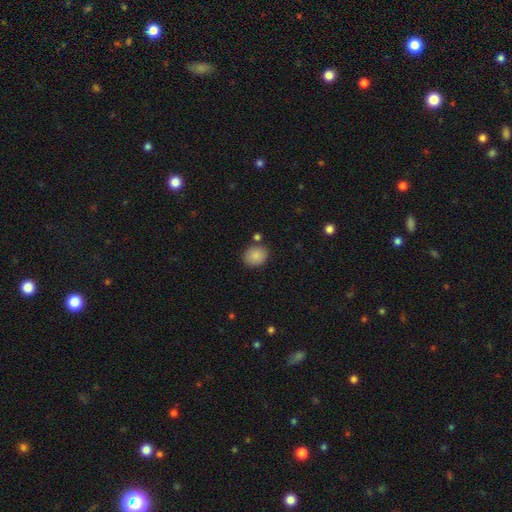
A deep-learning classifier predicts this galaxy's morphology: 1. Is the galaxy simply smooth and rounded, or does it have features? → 87% smooth, 8% star or artifact, 5% featured or disk.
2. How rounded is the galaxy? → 64% round, 35% in between, 1% cigar-shaped.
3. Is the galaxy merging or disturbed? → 79% none, 11% minor disturbance, 7% merger, 3% major disturbance.